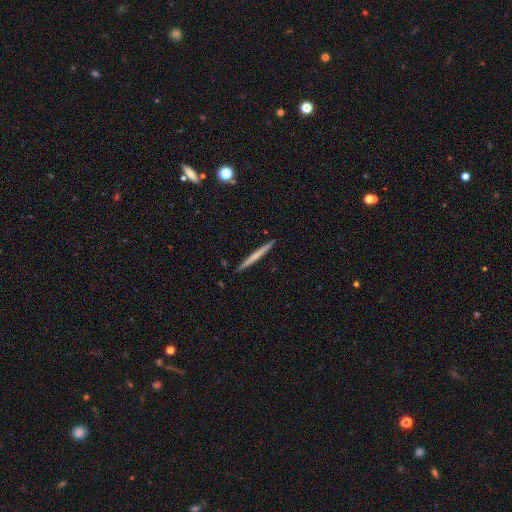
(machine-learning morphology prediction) smooth_or_featured: smooth (p=0.52) [alt: featured or disk p=0.43]
how_rounded: cigar-shaped (p=0.97) [alt: in between p=0.02]
merging: none (p=0.92) [alt: minor disturbance p=0.05]